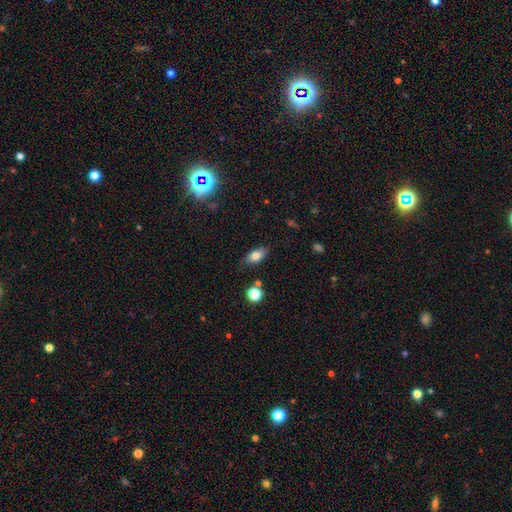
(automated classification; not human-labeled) A smooth galaxy with no disk features (77%) that is in between round and cigar-shaped (85%).

Vote fractions:
- Smooth or featured? smooth: 77% / featured or disk: 14% / star or artifact: 9%
- How rounded? in between: 85% / cigar-shaped: 9% / round: 7%
- Merging? none: 78% / minor disturbance: 15% / major disturbance: 3% / merger: 3%